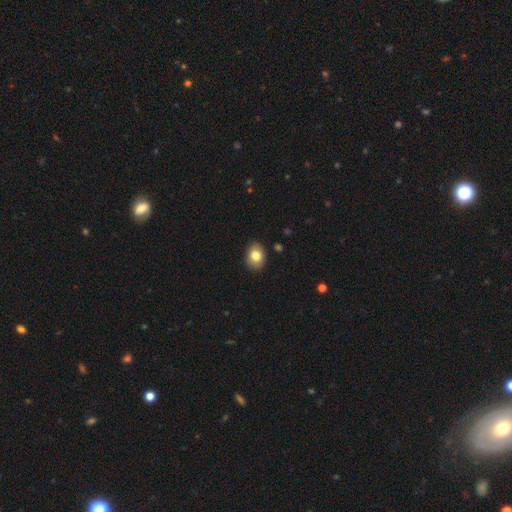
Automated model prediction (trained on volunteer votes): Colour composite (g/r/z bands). It shows a smooth galaxy with no disk features (82%) that is in between round and cigar-shaped (57%). Merging: none (89%).